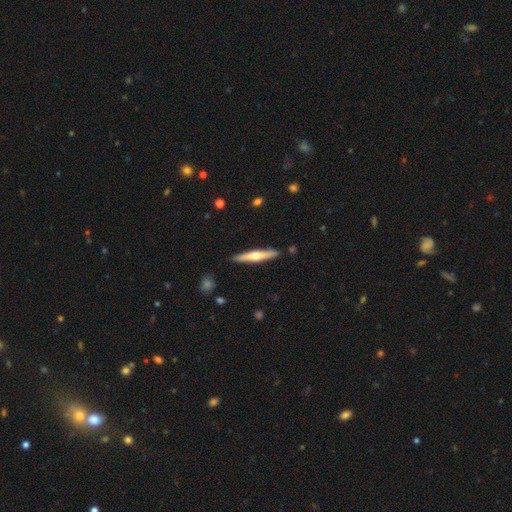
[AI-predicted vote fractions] smooth-or-featured: featured or disk: 54% | smooth: 40% | star or artifact: 5%
  disk-edge-on: yes: 95% | no: 5%
    edge-on-bulge: rounded: 89% | none: 8% | boxy: 3%
  merging: none: 89% | minor disturbance: 8% | major disturbance: 1% | merger: 1%